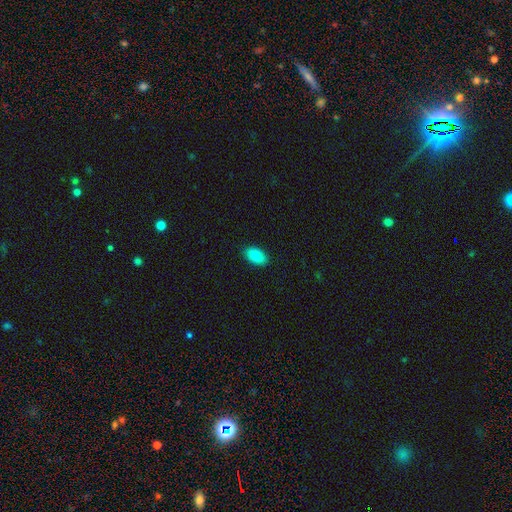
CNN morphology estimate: smooth 89%, star or artifact 7%, featured or disk 4%. Down the decision tree: how rounded — in between (94%); merging — none (89%).